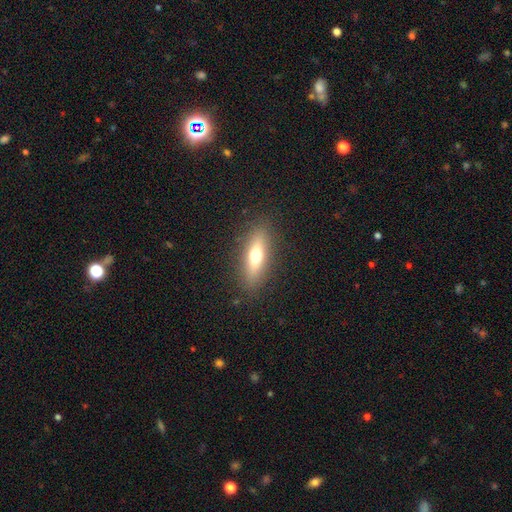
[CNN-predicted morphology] type=smooth (58%); roundness=cigar-shaped (52%); merging=none (87%).